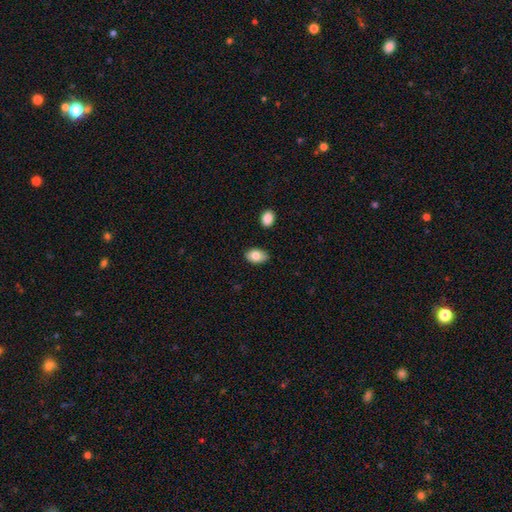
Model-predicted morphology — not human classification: Smooth or featured?
  - smooth: 81% *
  - featured or disk: 11%
  - star or artifact: 7%
How rounded?
  - in between: 89% *
  - round: 9%
  - cigar-shaped: 1%
Merging?
  - none: 86% *
  - minor disturbance: 10%
  - merger: 2%
  - major disturbance: 2%